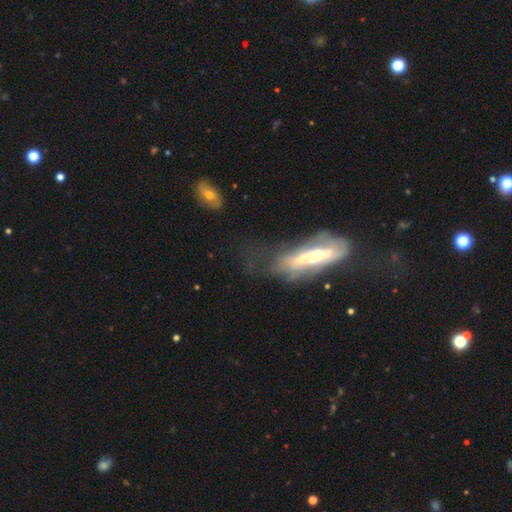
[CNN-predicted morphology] smooth-or-featured: featured or disk: 58% | smooth: 31% | star or artifact: 10%
  disk-edge-on: no: 70% | yes: 30%
  merging: major disturbance: 39% | none: 31% | minor disturbance: 23% | merger: 8%